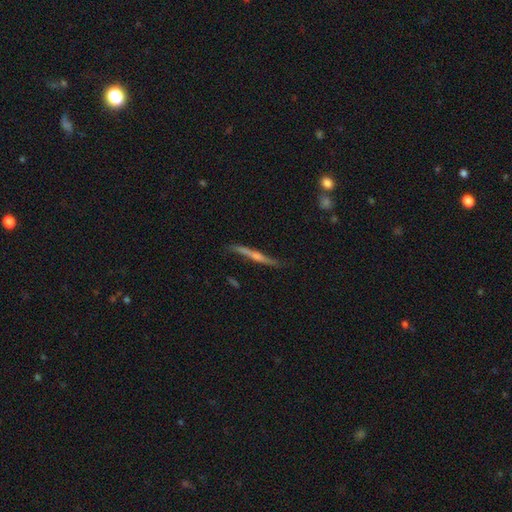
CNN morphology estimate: This is likely a featured or disk galaxy (71%). It is clearly viewed edge-on (96%). Edge-on bulge: likely rounded (67%). Merging: clearly none (82%).